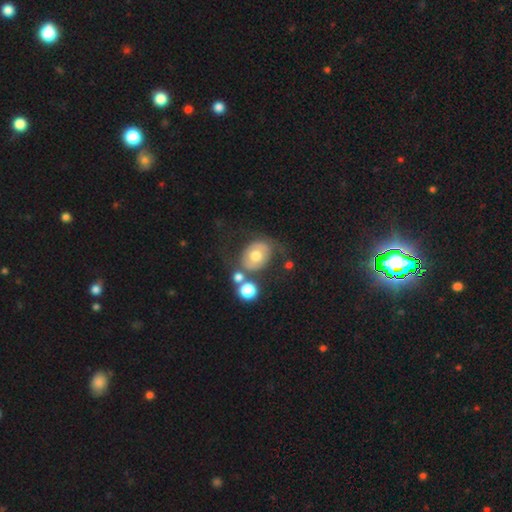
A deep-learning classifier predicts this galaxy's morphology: A smooth galaxy with no disk features (52%) that is in between round and cigar-shaped (50%). Merging: none (49%).